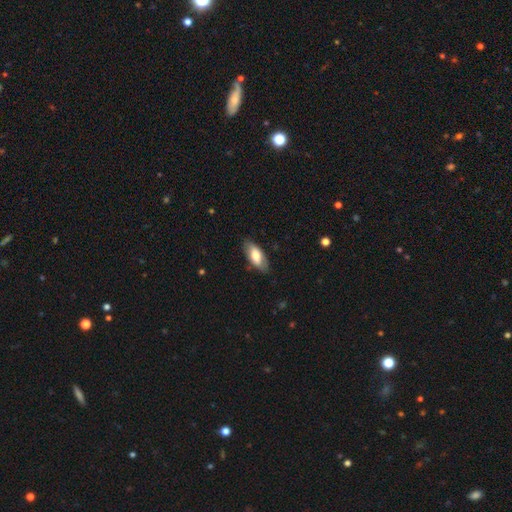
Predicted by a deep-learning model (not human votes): Overall: smooth (69%). How rounded: in between (85%). Merging: none (81%).